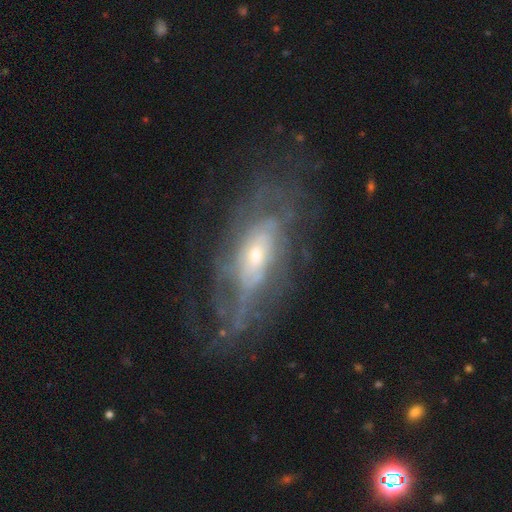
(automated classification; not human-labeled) A featured or disk galaxy (78%) with no bar (64%), spiral arms (74%) and a small central bulge (58%). Merging: none (64%).